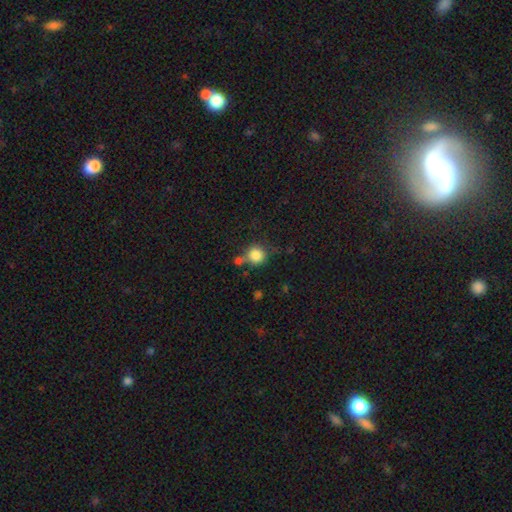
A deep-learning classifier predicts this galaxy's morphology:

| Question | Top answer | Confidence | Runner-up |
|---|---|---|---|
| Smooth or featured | smooth | 83% | star or artifact (10%) |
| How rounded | round | 91% | in between (8%) |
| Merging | none | 59% | merger (22%) |